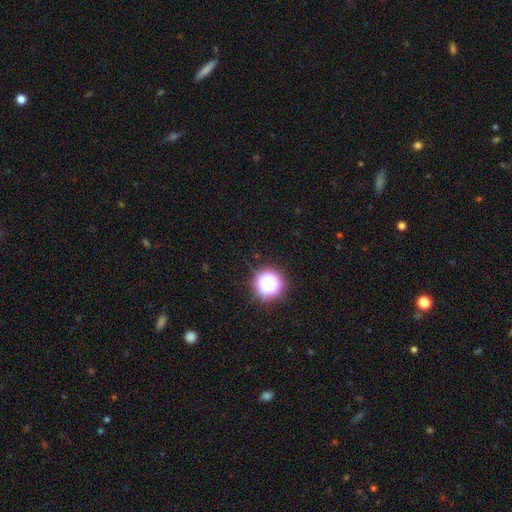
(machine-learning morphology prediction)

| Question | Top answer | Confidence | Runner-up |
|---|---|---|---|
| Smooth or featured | star or artifact | 67% | smooth (25%) |